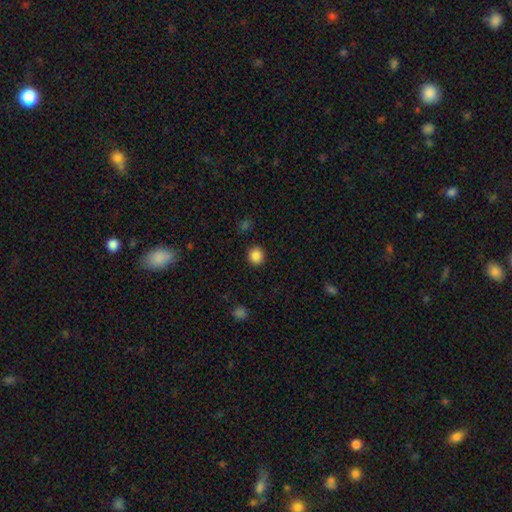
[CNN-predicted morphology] Smooth or featured: smooth — 87% (star or artifact — 10%)
How rounded: round — 92% (in between — 7%)
Merging: none — 92% (minor disturbance — 5%)